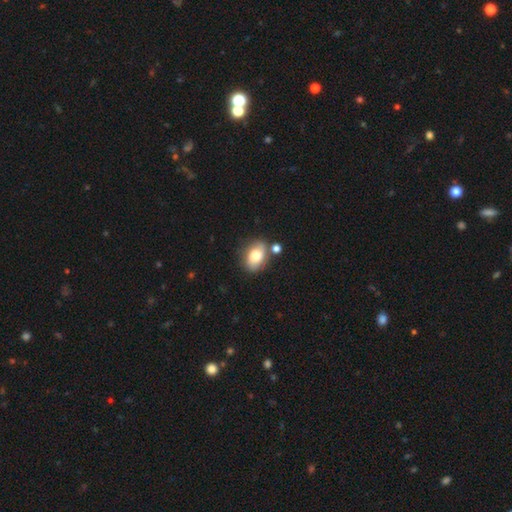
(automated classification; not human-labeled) This appears to be a smooth galaxy with no disk features (70%) that is in between round and cigar-shaped (77%). Merging: none (64%).